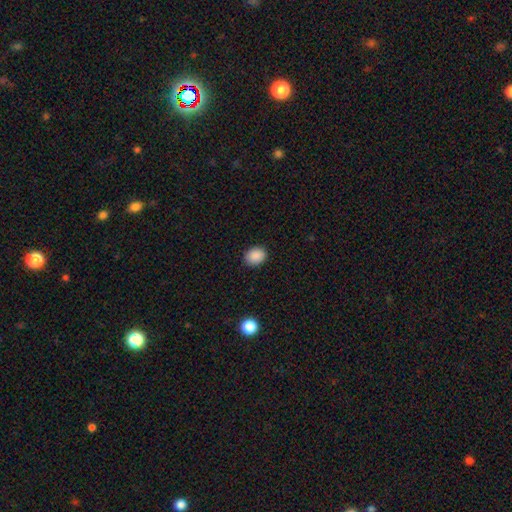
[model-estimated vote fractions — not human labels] This appears to be a smooth galaxy with no disk features (89%) that is in between round and cigar-shaped (57%). Merging: none (88%).